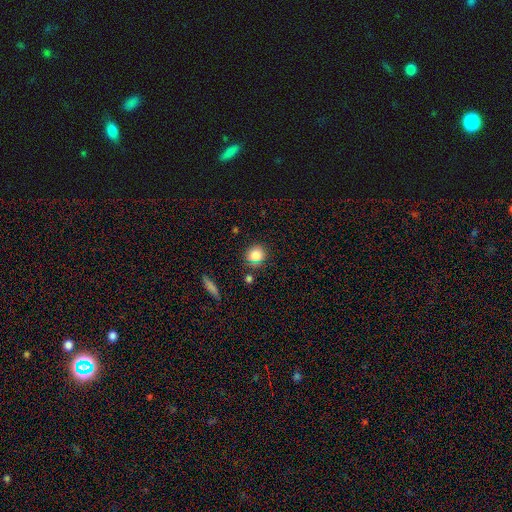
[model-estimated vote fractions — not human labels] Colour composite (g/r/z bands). It shows a smooth galaxy with no disk features (80%) that is round (88%). Merging: none (82%).